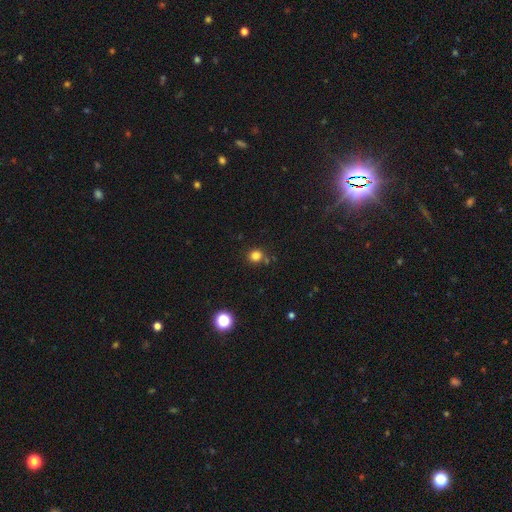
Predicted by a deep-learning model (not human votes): Overall: smooth (81%). How rounded: round (88%). Merging: none (79%).